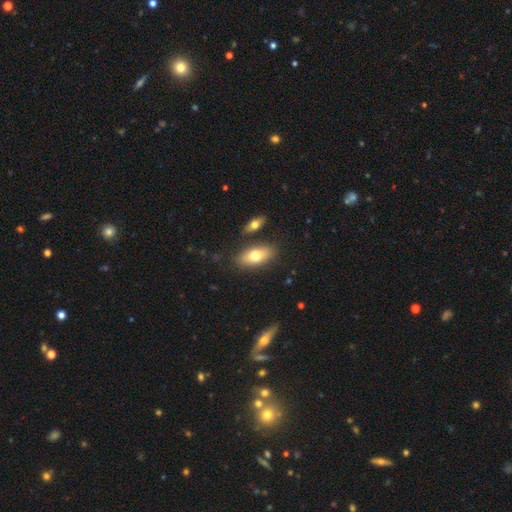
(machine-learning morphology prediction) This is likely a smooth galaxy (72%). How rounded: clearly in between (85%). Merging: likely none (79%).